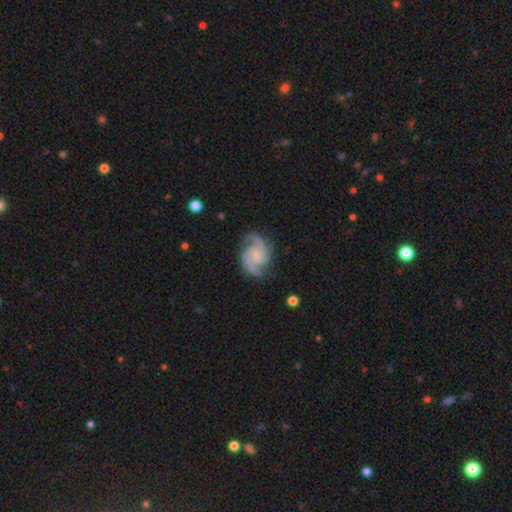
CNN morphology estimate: Smooth or featured? featured or disk (92%)
Edge-on disk? no (98%)
Bar? no (60%)
Spiral arms? yes (98%)
Spiral winding? medium (58%)
Spiral arm count? 2 (66%)
Bulge size? small (69%)
Merging? none (79%)